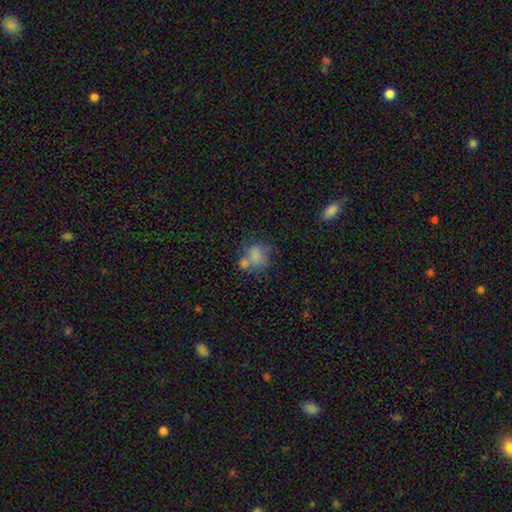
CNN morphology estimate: smooth_or_featured: smooth (p=0.70) [alt: featured or disk p=0.18]
how_rounded: round (p=0.53) [alt: in between p=0.46]
merging: merger (p=0.35) [alt: none p=0.33]